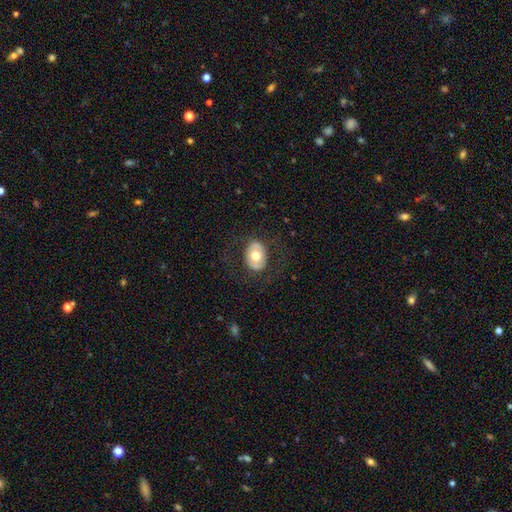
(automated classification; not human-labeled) Morphology: type=smooth (55%); roundness=in between (73%); merging=none (77%).